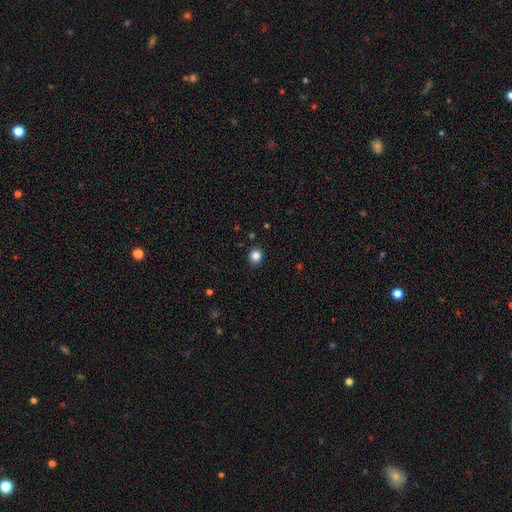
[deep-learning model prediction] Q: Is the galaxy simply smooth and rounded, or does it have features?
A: smooth — 85%.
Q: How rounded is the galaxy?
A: round — 77%.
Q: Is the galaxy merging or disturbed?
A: none — 90%.